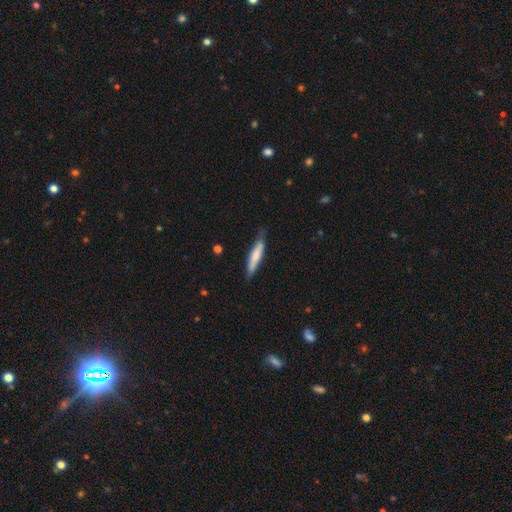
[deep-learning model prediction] Q: Smooth or featured?
A: smooth (67%); runner-up: featured or disk (28%)
Q: How rounded?
A: cigar-shaped (87%); runner-up: in between (12%)
Q: Merging?
A: none (77%); runner-up: minor disturbance (19%)